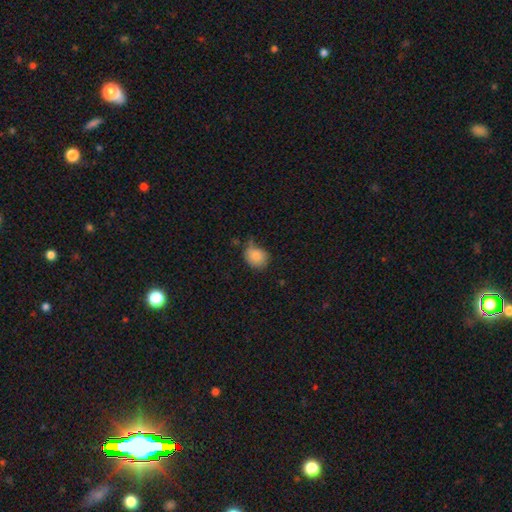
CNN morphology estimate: smooth 83%, star or artifact 9%, featured or disk 8%. Down the decision tree: how rounded — round (64%); merging — none (54%).